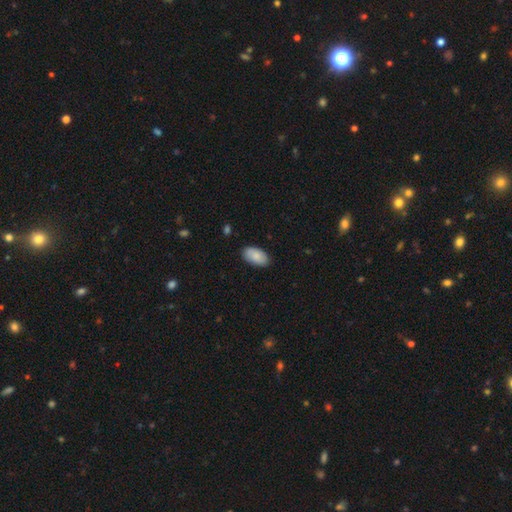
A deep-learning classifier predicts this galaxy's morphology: Smooth or featured? smooth (86%)
How rounded? in between (95%)
Merging? none (86%)